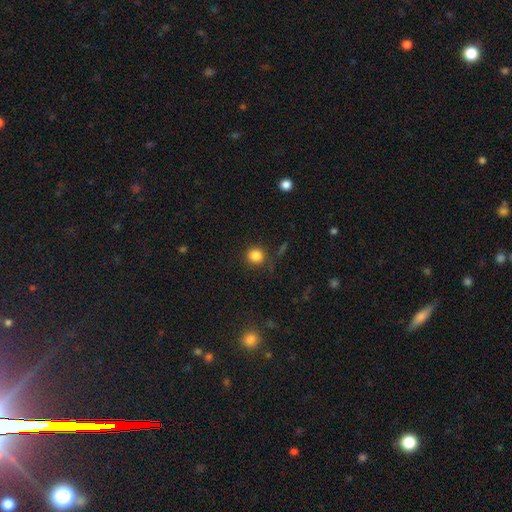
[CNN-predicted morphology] This is clearly a smooth galaxy (84%). How rounded: clearly round (90%). Merging: clearly none (83%).